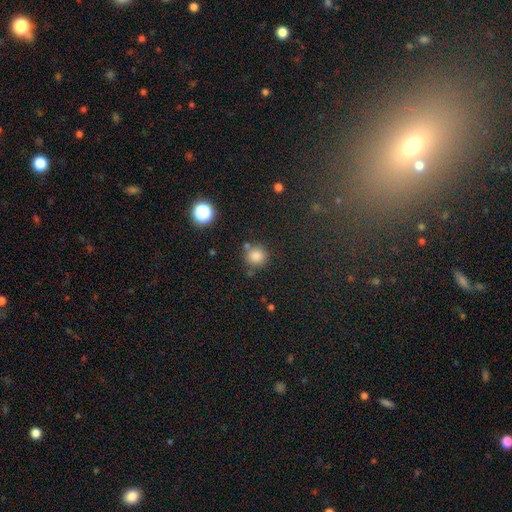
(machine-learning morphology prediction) Q: Smooth or featured?
A: smooth (81%); runner-up: star or artifact (14%)
Q: How rounded?
A: round (91%); runner-up: in between (8%)
Q: Merging?
A: none (76%); runner-up: minor disturbance (11%)